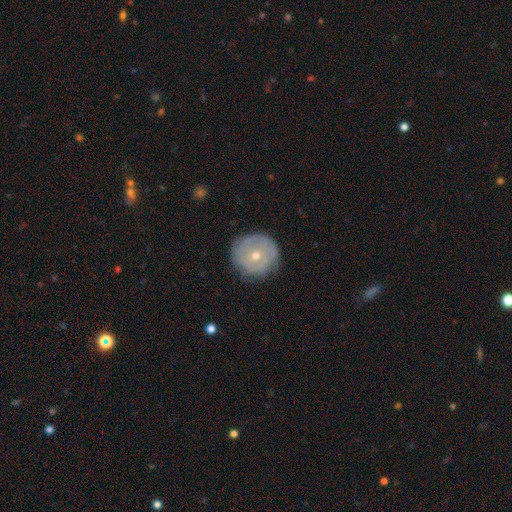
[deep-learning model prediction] This is possibly a featured or disk galaxy (55%). It is clearly not viewed edge-on (96%). Bar: clearly no (80%). Spiral arm pattern: possibly yes (52%). Central bulge: possibly moderate (55%). Merging: likely none (79%).